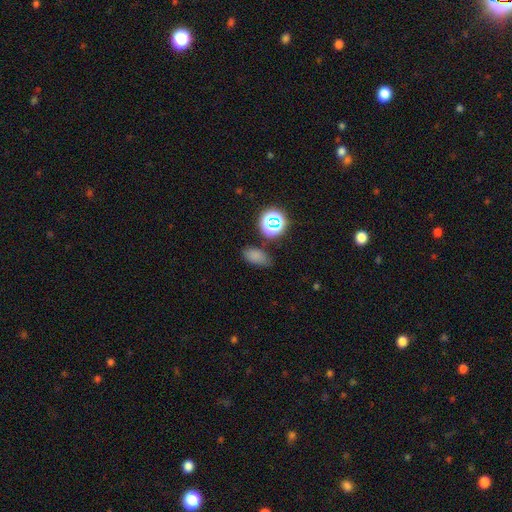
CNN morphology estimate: type=smooth (73%); roundness=in between (86%); merging=none (72%).